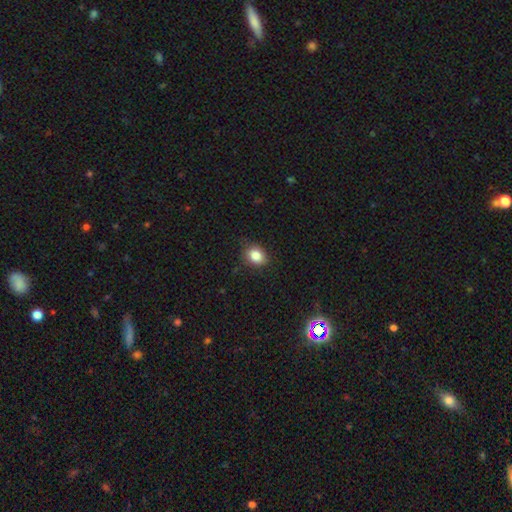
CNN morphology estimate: A smooth galaxy with no disk features (84%) that is in between round and cigar-shaped (52%). Merging: none (79%).